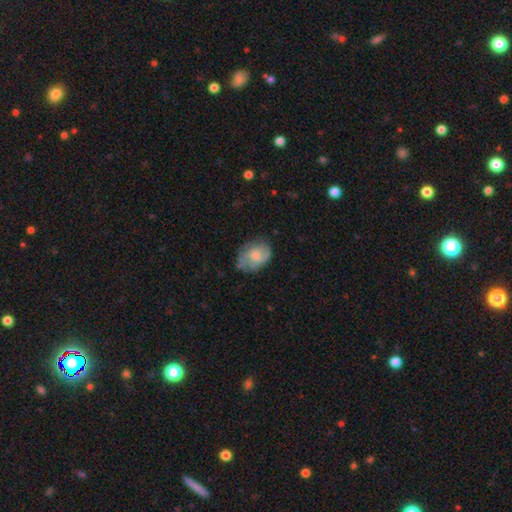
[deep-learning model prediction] A smooth galaxy with no disk features (52%) that is in between round and cigar-shaped (66%).

Vote fractions:
- Smooth or featured? smooth: 52% / featured or disk: 41% / star or artifact: 7%
- How rounded? in between: 66% / round: 33% / cigar-shaped: 1%
- Merging? none: 59% / minor disturbance: 29% / major disturbance: 10% / merger: 2%